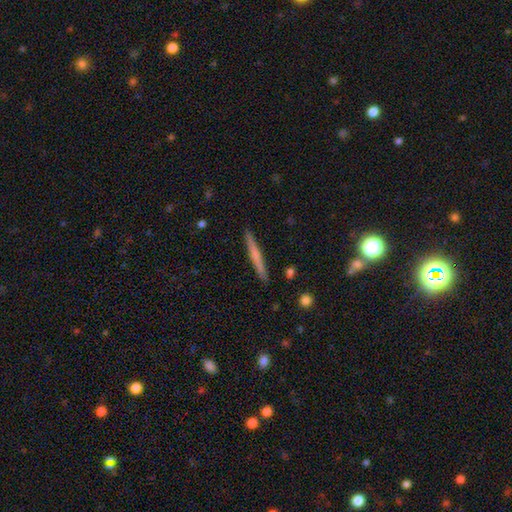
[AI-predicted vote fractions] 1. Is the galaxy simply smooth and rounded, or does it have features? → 52% smooth, 42% featured or disk, 6% star or artifact.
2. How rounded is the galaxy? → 96% cigar-shaped, 2% in between, 1% round.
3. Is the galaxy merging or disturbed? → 91% none, 6% minor disturbance, 1% major disturbance, 1% merger.